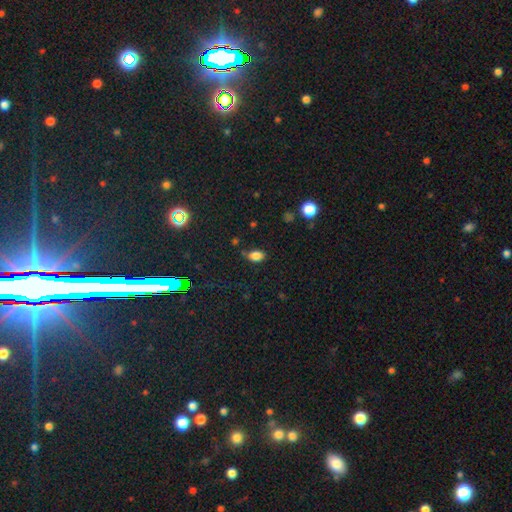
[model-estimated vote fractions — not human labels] A smooth galaxy with no disk features (83%) that is in between round and cigar-shaped (83%).

Vote fractions:
- Smooth or featured? smooth: 83% / star or artifact: 12% / featured or disk: 5%
- How rounded? in between: 83% / round: 15% / cigar-shaped: 2%
- Merging? none: 70% / minor disturbance: 20% / merger: 5% / major disturbance: 5%